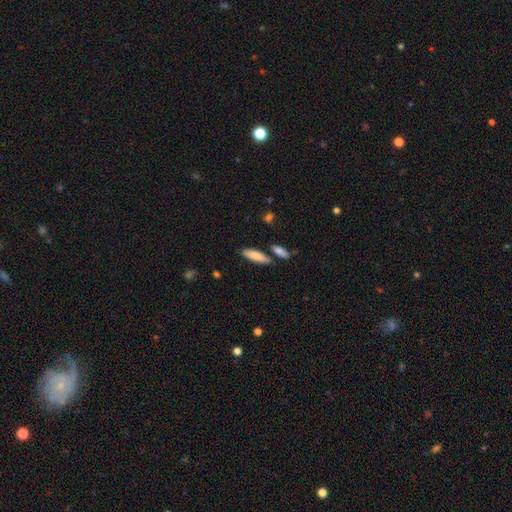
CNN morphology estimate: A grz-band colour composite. It shows a smooth galaxy with no disk features (79%) that is cigar-shaped (53%). Merging: none (75%).